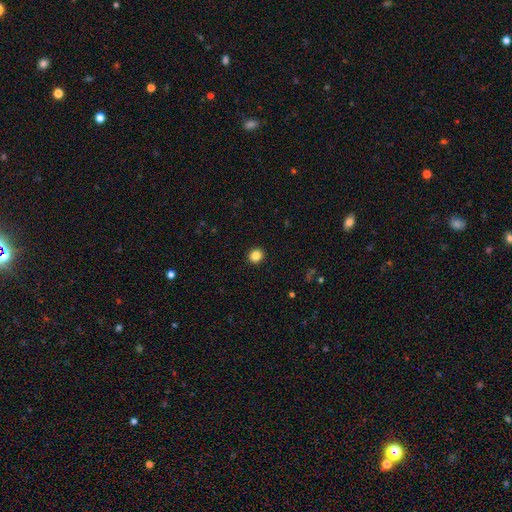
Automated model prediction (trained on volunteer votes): A smooth galaxy with no disk features (85%) that is round (88%).

Vote fractions:
- Smooth or featured? smooth: 85% / star or artifact: 11% / featured or disk: 4%
- How rounded? round: 88% / in between: 11% / cigar-shaped: 1%
- Merging? none: 93% / minor disturbance: 4% / major disturbance: 2% / merger: 1%